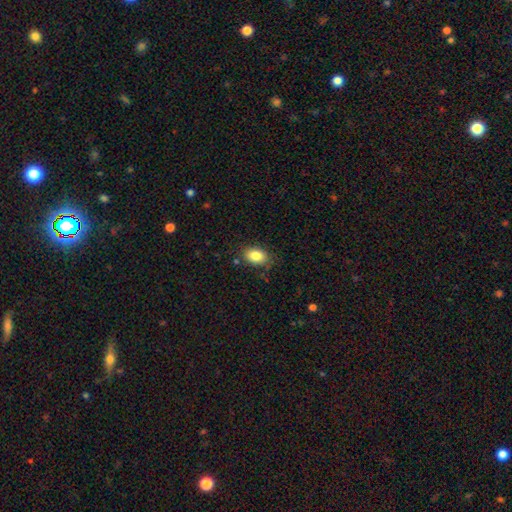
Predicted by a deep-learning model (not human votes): This appears to be a smooth galaxy with no disk features (84%) that is in between round and cigar-shaped (84%). Merging: none (81%).